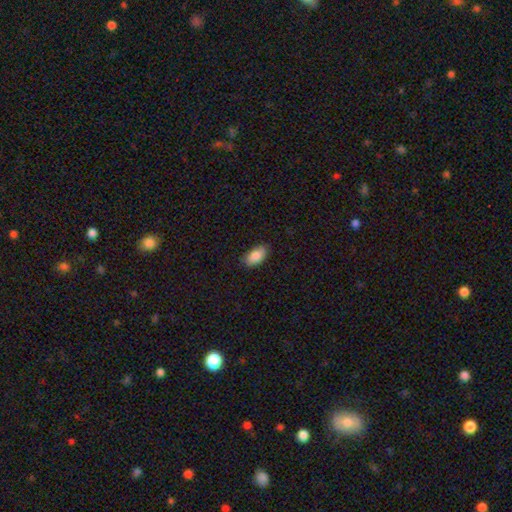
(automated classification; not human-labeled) Morphology: type=smooth (88%); roundness=in between (93%); merging=none (85%).